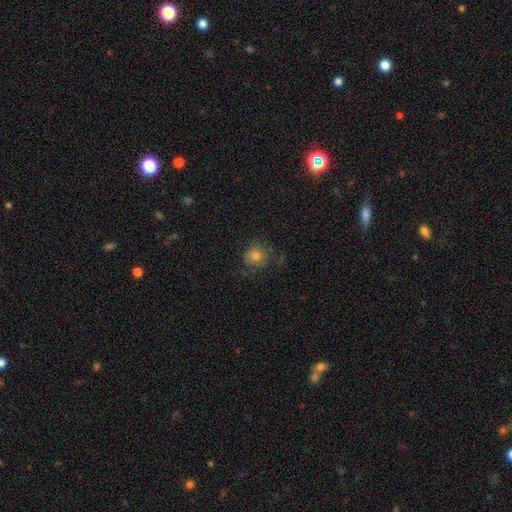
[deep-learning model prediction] Smooth or featured? Predicted: smooth (p=0.68). How rounded? Predicted: round (p=0.85). Merging? Predicted: none (p=0.64).